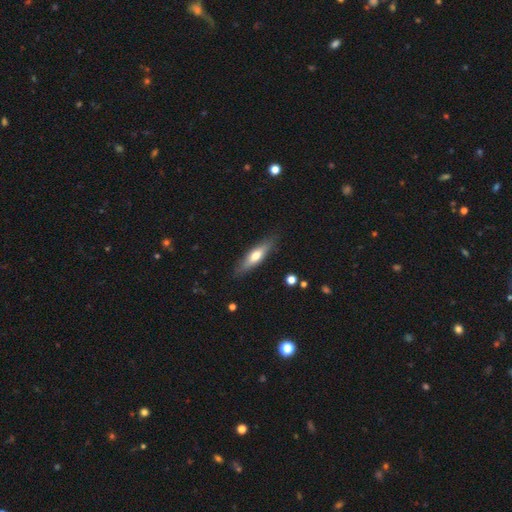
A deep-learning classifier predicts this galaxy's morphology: Overall: smooth (57%; featured or disk 37%). How rounded: cigar-shaped (67%; in between 31%). Merging: none (84%).